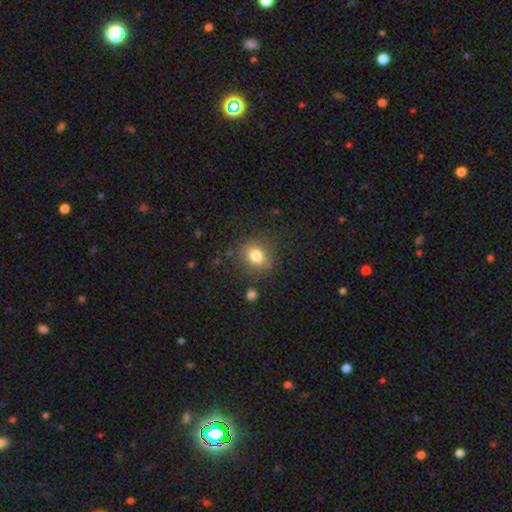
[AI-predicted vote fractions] The model was most divided on "how rounded": round: 75%, in between: 23%, cigar-shaped: 1%. More confident: merging — none (82%); smooth or featured — smooth (79%).